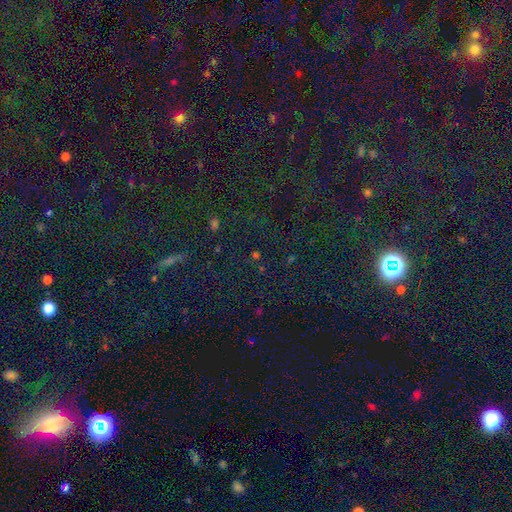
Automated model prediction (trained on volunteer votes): Morphology: type=star or artifact (71%).